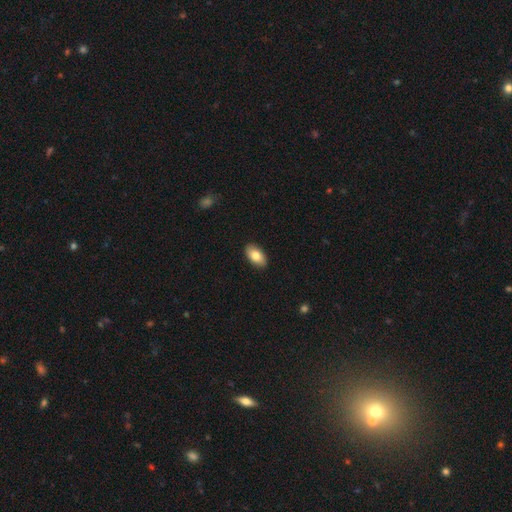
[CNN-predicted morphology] smooth_or_featured: smooth (p=0.80) [alt: featured or disk p=0.13]
how_rounded: in between (p=0.94) [alt: round p=0.04]
merging: none (p=0.89) [alt: minor disturbance p=0.08]